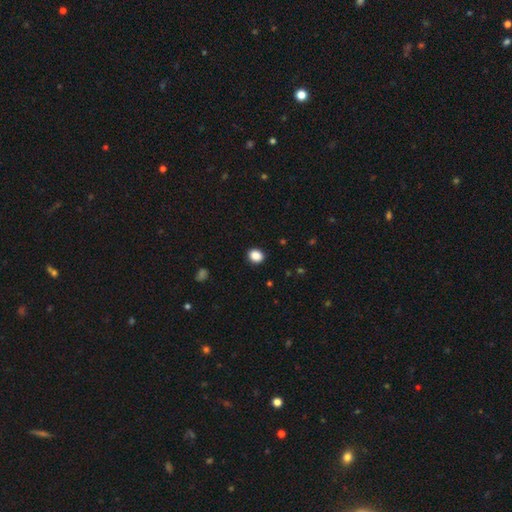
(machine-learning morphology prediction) A smooth galaxy with no disk features (88%) that is round (60%). Merging: none (90%).